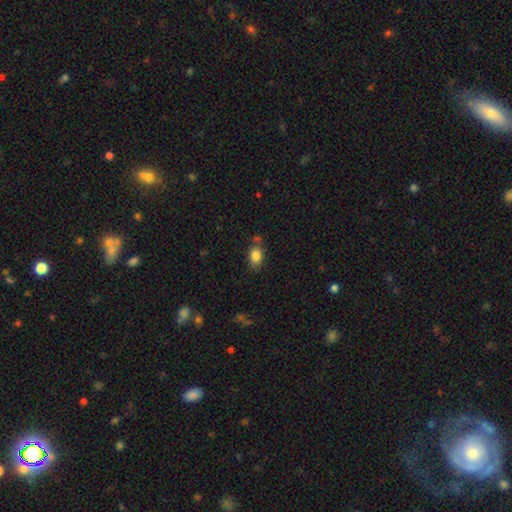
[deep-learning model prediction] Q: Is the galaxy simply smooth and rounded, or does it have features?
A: smooth — 84%.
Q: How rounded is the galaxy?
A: in between — 73%.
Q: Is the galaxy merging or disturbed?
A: none — 70%.